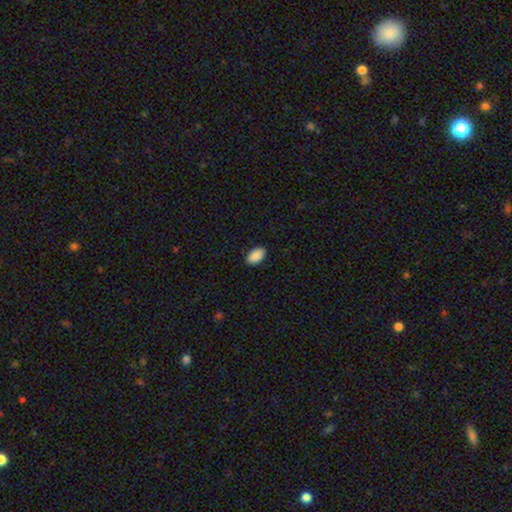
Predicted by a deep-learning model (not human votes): Morphology: type=smooth (91%); roundness=in between (94%); merging=none (90%).